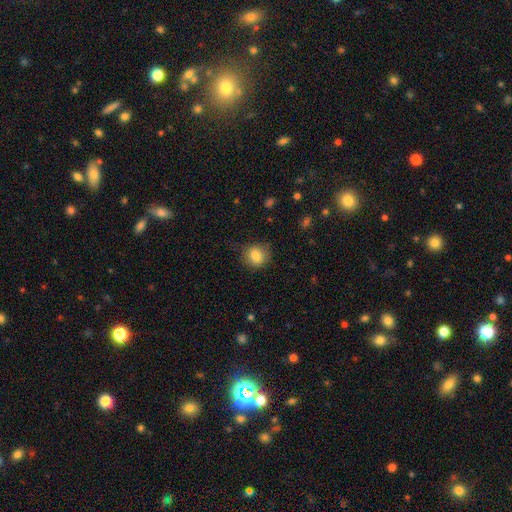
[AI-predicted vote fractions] This is clearly a smooth galaxy (84%). How rounded: likely round (78%). Merging: likely none (77%).